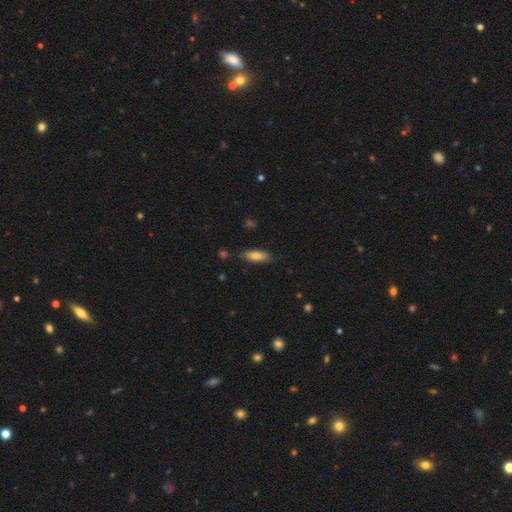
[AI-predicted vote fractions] smooth_or_featured: smooth (p=0.76) [alt: featured or disk p=0.17]
how_rounded: in between (p=0.57) [alt: cigar-shaped p=0.41]
merging: none (p=0.82) [alt: minor disturbance p=0.14]